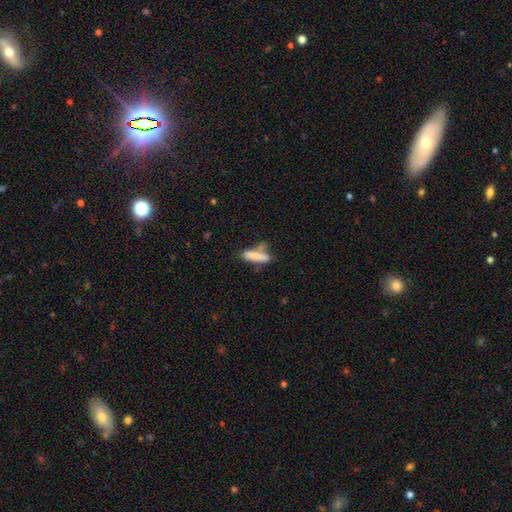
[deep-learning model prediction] Overall: smooth (79%). How rounded: cigar-shaped (70%). Merging: none (50%; minor disturbance 22%).